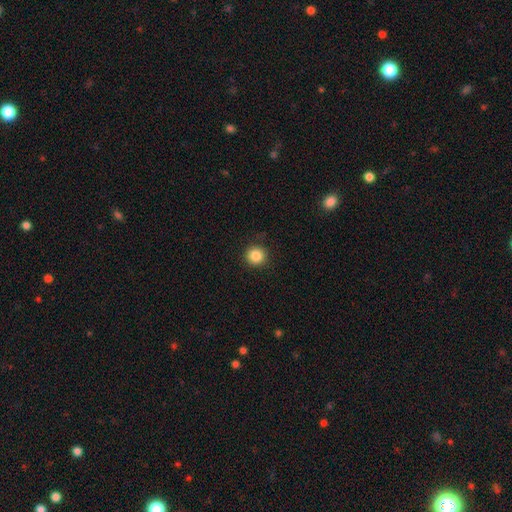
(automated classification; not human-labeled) A smooth galaxy with no disk features (86%) that is round (93%).

Vote fractions:
- Smooth or featured? smooth: 86% / star or artifact: 10% / featured or disk: 4%
- How rounded? round: 93% / in between: 6% / cigar-shaped: 1%
- Merging? none: 90% / minor disturbance: 7% / major disturbance: 2% / merger: 1%